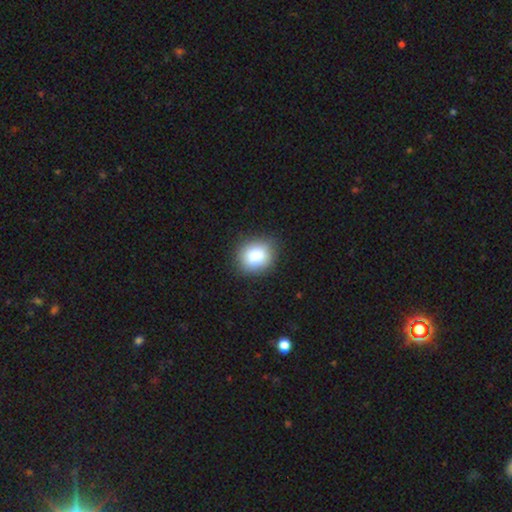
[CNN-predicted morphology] smooth_or_featured: smooth (p=0.84) [alt: star or artifact p=0.09]
how_rounded: round (p=0.71) [alt: in between p=0.28]
merging: none (p=0.86) [alt: minor disturbance p=0.10]